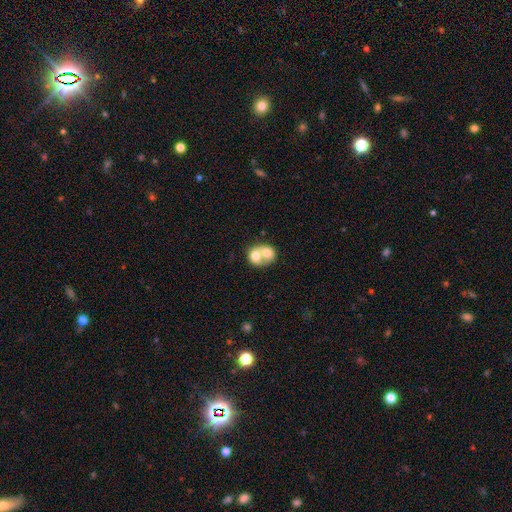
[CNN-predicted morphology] Smooth or featured: smooth — 65% (featured or disk — 28%)
How rounded: round — 58% (in between — 42%)
Merging: merger — 76% (none — 16%)